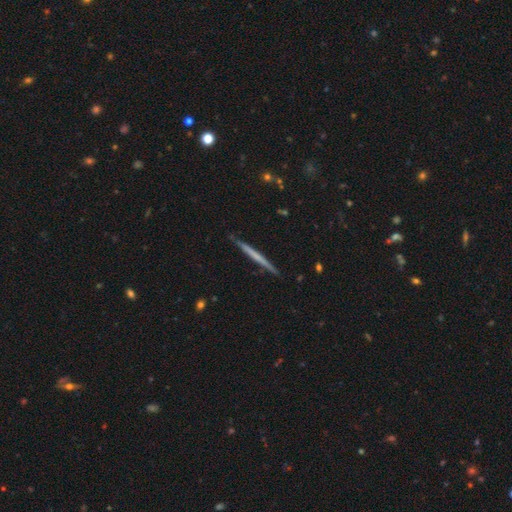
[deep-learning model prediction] Smooth or featured? Predicted: featured or disk (p=0.55). Edge-on disk? Predicted: yes (p=0.98). Edge-on bulge? Predicted: none (p=0.86). Merging? Predicted: none (p=0.90).